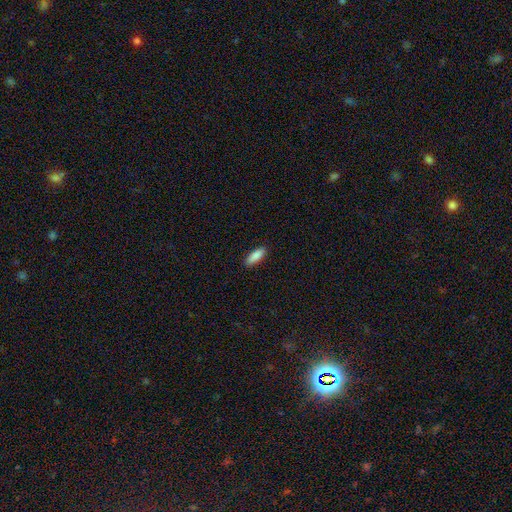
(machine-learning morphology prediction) Overall: smooth (89%). How rounded: in between (64%; cigar-shaped 35%). Merging: none (89%).